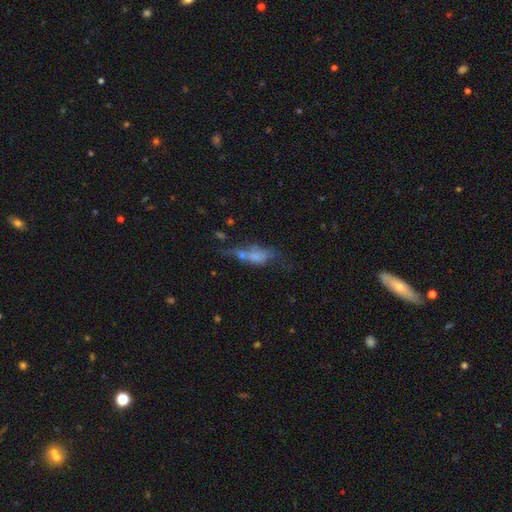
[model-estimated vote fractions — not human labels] Overall: smooth (51%; featured or disk 35%). How rounded: in between (68%). Merging: major disturbance (33%; none 25%).